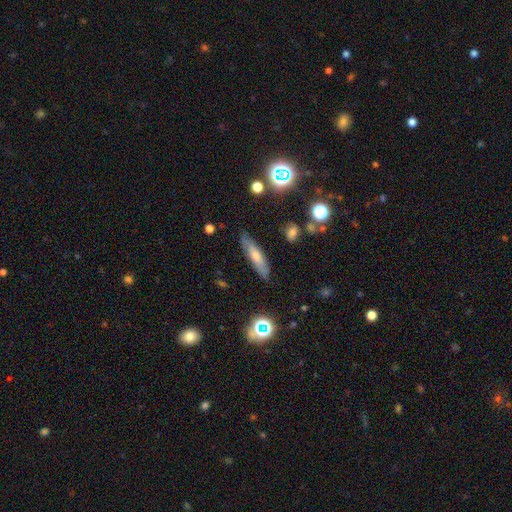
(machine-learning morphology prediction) Smooth or featured: smooth — 52% (featured or disk — 36%)
How rounded: cigar-shaped — 74% (in between — 23%)
Merging: none — 83% (minor disturbance — 12%)